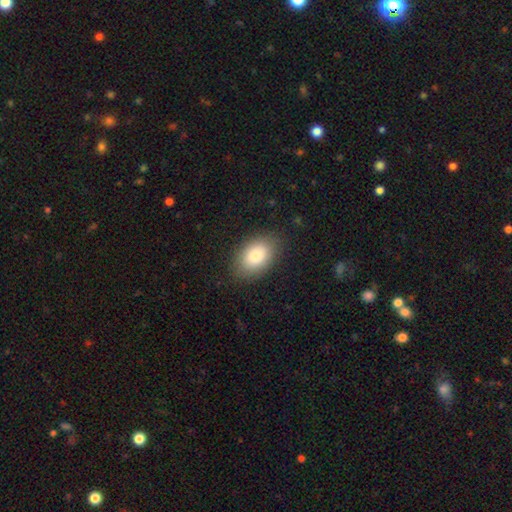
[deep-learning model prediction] Smooth or featured? smooth (80%)
How rounded? in between (85%)
Merging? none (85%)